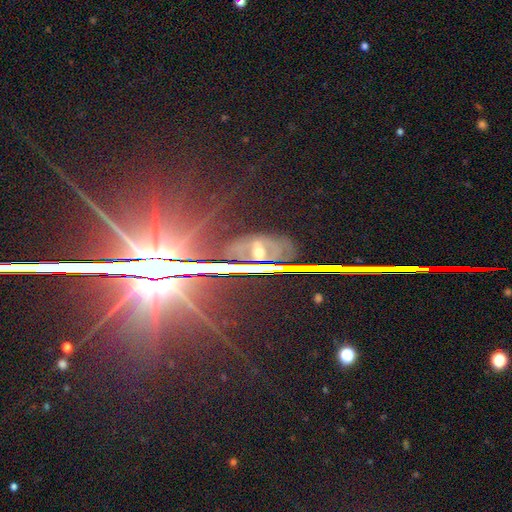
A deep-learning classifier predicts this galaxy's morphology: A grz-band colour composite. It shows a star or artifact, not a galaxy (79%).